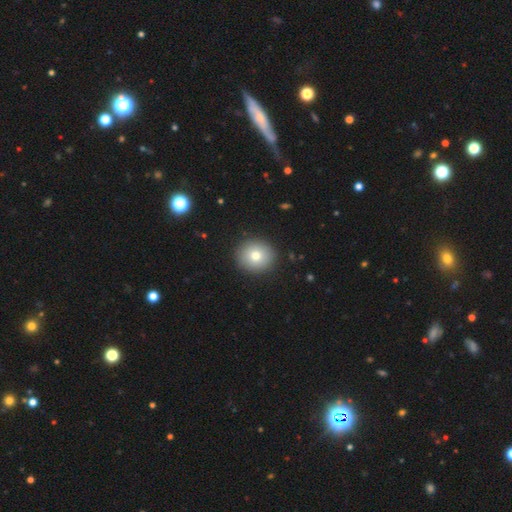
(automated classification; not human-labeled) Smooth or featured: smooth — 75% (featured or disk — 14%)
How rounded: round — 89% (in between — 10%)
Merging: none — 91% (minor disturbance — 6%)